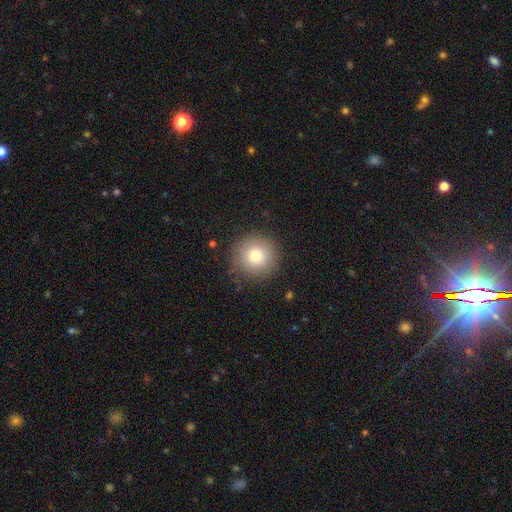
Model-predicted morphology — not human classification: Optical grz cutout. It shows a smooth galaxy with no disk features (77%) that is round (96%). Merging: none (85%).